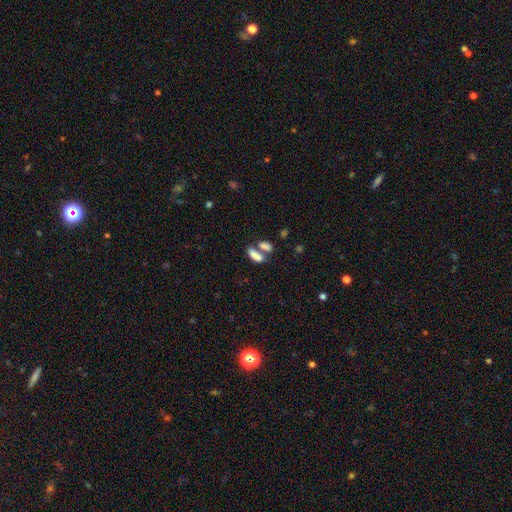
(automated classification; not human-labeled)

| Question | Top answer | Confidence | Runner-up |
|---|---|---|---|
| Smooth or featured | smooth | 80% | featured or disk (11%) |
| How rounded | in between | 78% | cigar-shaped (17%) |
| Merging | merger | 55% | none (31%) |